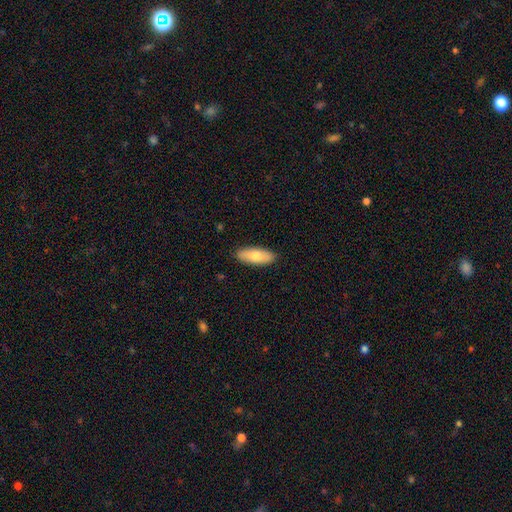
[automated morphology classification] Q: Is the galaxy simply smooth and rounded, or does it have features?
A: smooth — 74%.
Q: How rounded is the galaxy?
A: in between — 70%.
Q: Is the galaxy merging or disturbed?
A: none — 90%.